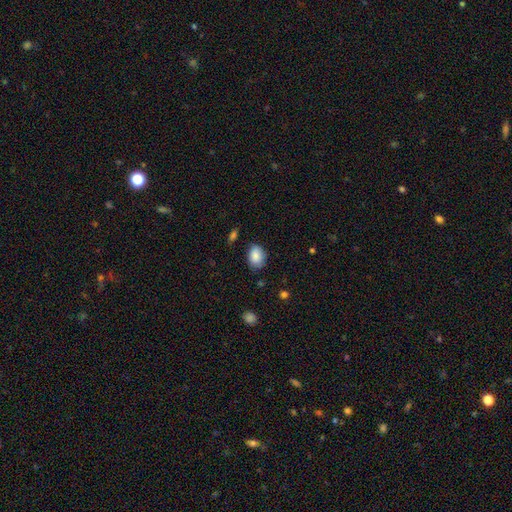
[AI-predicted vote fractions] A smooth galaxy with no disk features (86%) that is in between round and cigar-shaped (77%).

Vote fractions:
- Smooth or featured? smooth: 86% / star or artifact: 7% / featured or disk: 7%
- How rounded? in between: 77% / round: 22% / cigar-shaped: 1%
- Merging? none: 73% / minor disturbance: 21% / major disturbance: 4% / merger: 2%